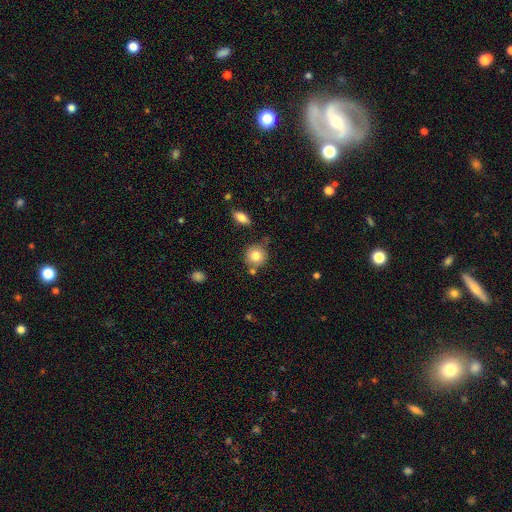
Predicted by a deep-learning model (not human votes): A smooth galaxy with no disk features (80%) that is round (89%).

Vote fractions:
- Smooth or featured? smooth: 80% / featured or disk: 10% / star or artifact: 9%
- How rounded? round: 89% / in between: 9% / cigar-shaped: 1%
- Merging? none: 74% / minor disturbance: 12% / merger: 11% / major disturbance: 3%